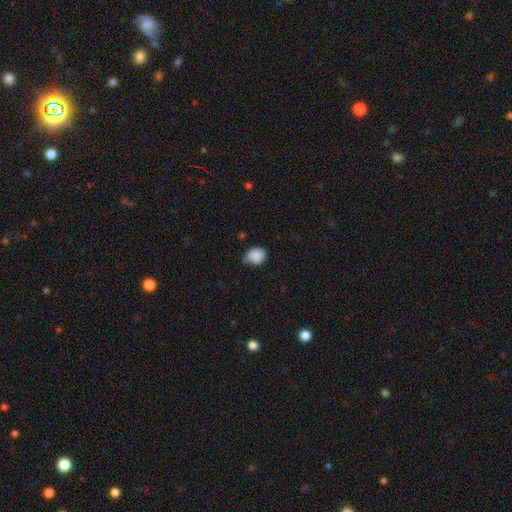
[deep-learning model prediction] Smooth or featured? smooth (87%)
How rounded? round (53%)
Merging? none (51%)